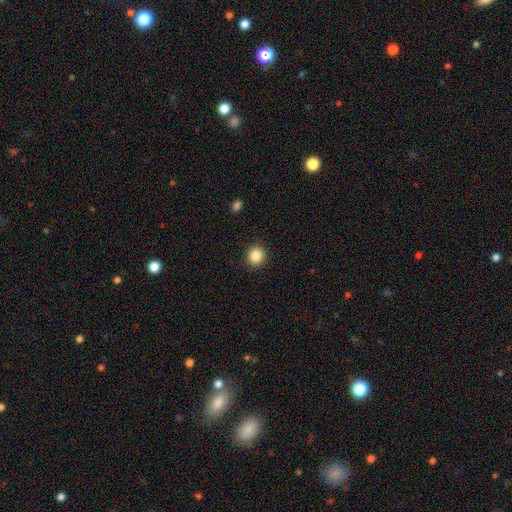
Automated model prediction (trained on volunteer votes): Q: Smooth or featured?
A: smooth (87%); runner-up: star or artifact (9%)
Q: How rounded?
A: round (86%); runner-up: in between (13%)
Q: Merging?
A: none (91%); runner-up: minor disturbance (6%)